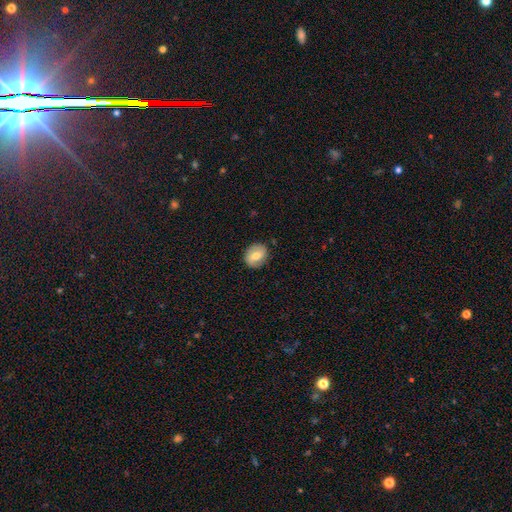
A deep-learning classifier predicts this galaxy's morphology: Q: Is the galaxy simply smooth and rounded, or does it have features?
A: smooth — 65%.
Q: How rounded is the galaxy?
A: round — 60%.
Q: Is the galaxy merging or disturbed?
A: none — 85%.